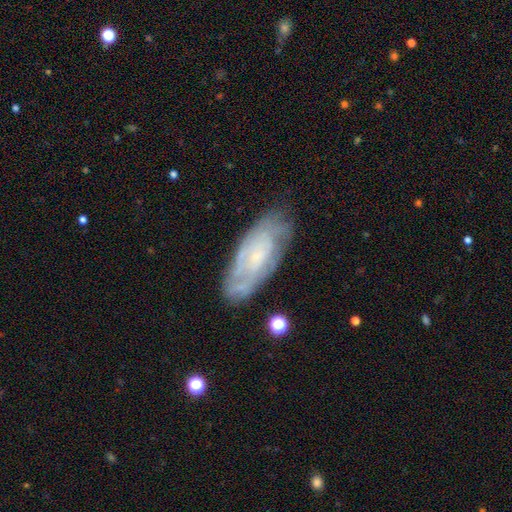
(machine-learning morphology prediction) The model was most divided on "smooth or featured": featured or disk: 68%, smooth: 25%, star or artifact: 8%. More confident: edge-on disk — no (88%); spiral arms — yes (80%); merging — none (71%); bar — no (70%); bulge size — small (69%).